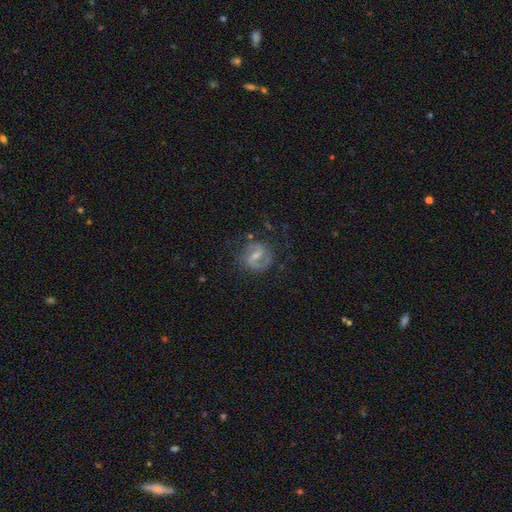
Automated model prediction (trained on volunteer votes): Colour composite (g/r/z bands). It shows a featured or disk galaxy (76%) with a weak bar (48%), 2 (80%) medium (48%) spiral arms (88%) and a small central bulge (45%). Merging: none (74%).